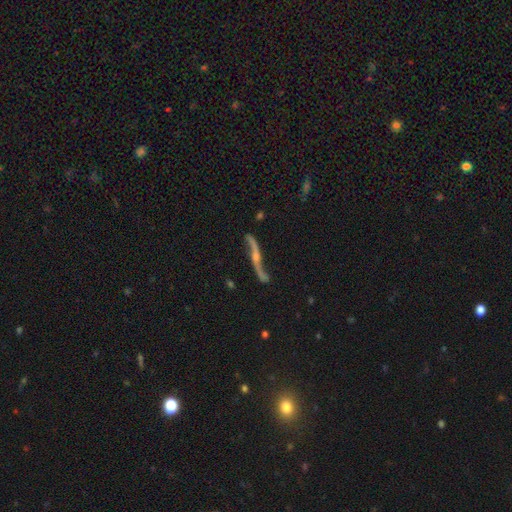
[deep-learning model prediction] Smooth or featured? Predicted: featured or disk (p=0.87). Edge-on disk? Predicted: no (p=0.62). Bar? Predicted: no (p=0.54). Spiral arms? Predicted: yes (p=0.94). Spiral winding? Predicted: loose (p=0.91). Spiral arm count? Predicted: 2 (p=0.93). Bulge size? Predicted: small (p=0.50). Merging? Predicted: none (p=0.72).